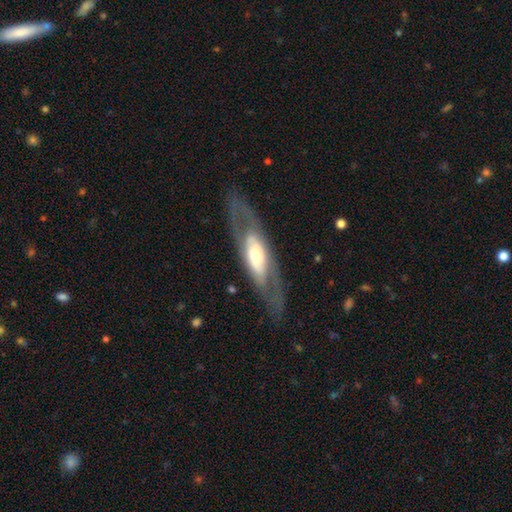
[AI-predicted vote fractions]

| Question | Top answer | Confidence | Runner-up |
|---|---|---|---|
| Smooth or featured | featured or disk | 67% | smooth (28%) |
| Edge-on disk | no | 67% | yes (33%) |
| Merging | none | 72% | minor disturbance (15%) |